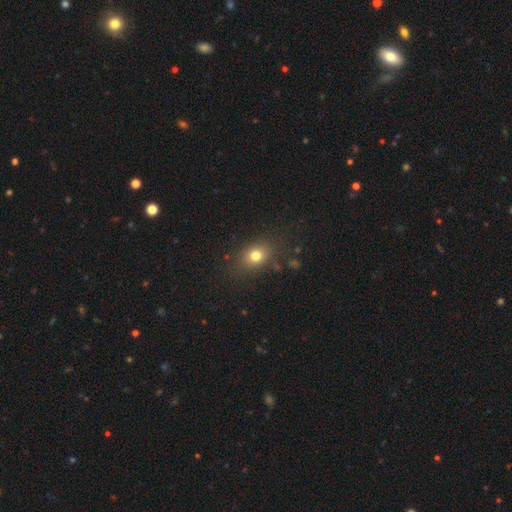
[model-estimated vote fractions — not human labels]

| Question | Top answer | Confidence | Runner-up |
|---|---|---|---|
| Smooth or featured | smooth | 76% | star or artifact (13%) |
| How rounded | in between | 52% | round (46%) |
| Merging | none | 80% | minor disturbance (13%) |